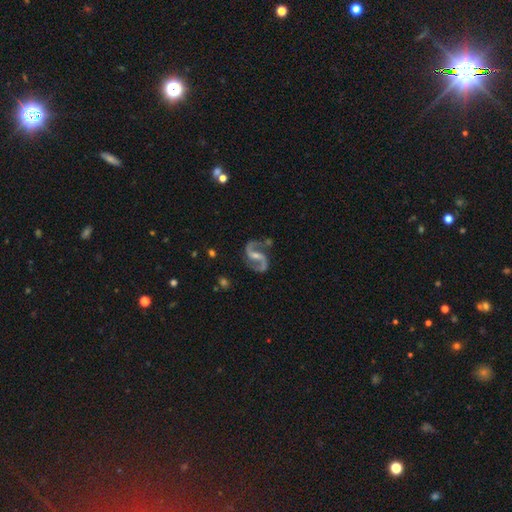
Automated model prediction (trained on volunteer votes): This appears to be a featured or disk galaxy (93%) with a weak bar (42%), 2 (94%) medium (49%) spiral arms (98%) and a small central bulge (51%). Merging: none (79%).